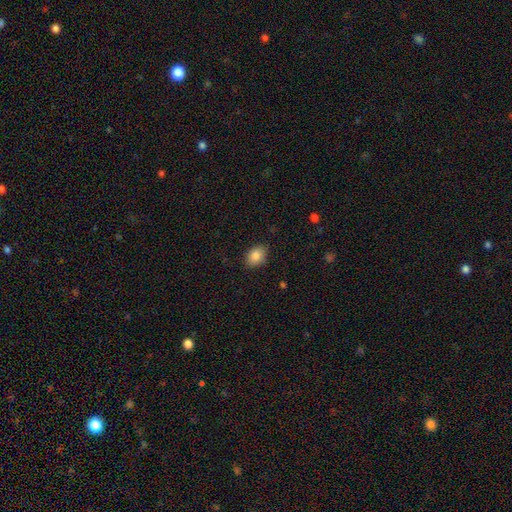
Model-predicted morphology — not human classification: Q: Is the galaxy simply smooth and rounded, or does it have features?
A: smooth — 85%.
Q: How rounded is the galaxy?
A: in between — 75%.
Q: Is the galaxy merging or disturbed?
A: none — 85%.